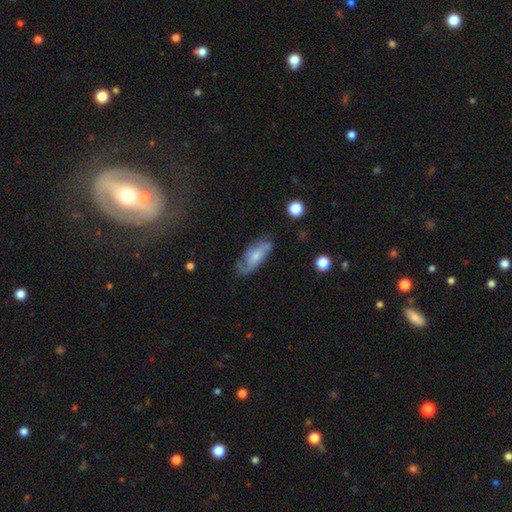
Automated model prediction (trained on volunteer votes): The model was most divided on "smooth or featured": featured or disk: 52%, smooth: 40%, star or artifact: 7%. More confident: edge-on disk — no (84%); merging — none (66%).